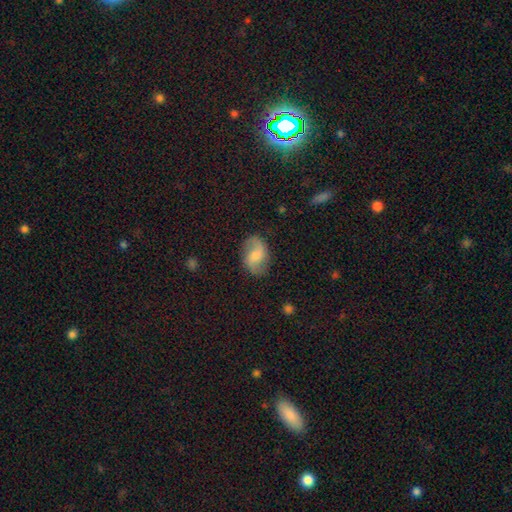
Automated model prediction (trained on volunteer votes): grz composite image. It shows a featured or disk galaxy (58%) with a weak bar (47%), 2 (89%) loose (56%) spiral arms (91%) and a moderate central bulge (39%). Merging: none (77%).